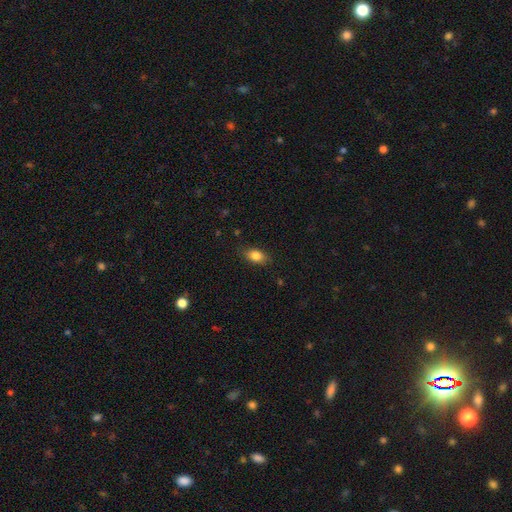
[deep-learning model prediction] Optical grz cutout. It shows a smooth galaxy with no disk features (84%) that is in between round and cigar-shaped (86%). Merging: none (83%).